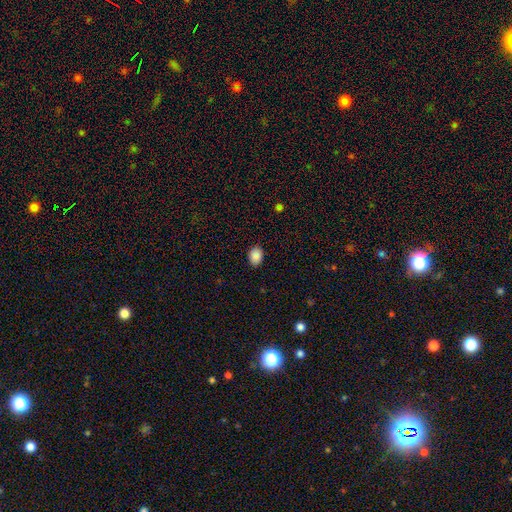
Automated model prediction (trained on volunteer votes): This appears to be a smooth galaxy with no disk features (88%) that is in between round and cigar-shaped (68%). Merging: none (88%).